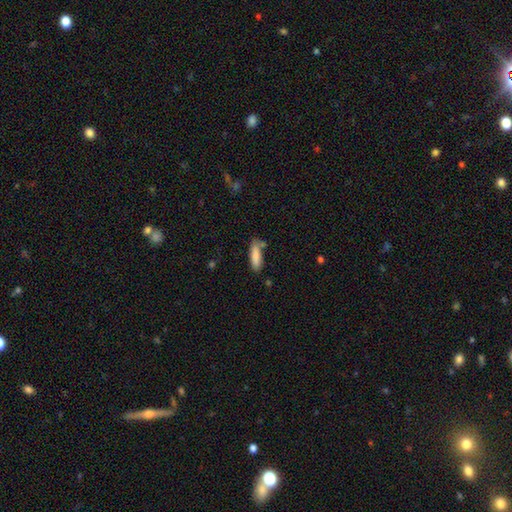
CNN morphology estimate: Q: Smooth or featured?
A: smooth (84%); runner-up: featured or disk (9%)
Q: How rounded?
A: cigar-shaped (59%); runner-up: in between (40%)
Q: Merging?
A: none (67%); runner-up: minor disturbance (19%)